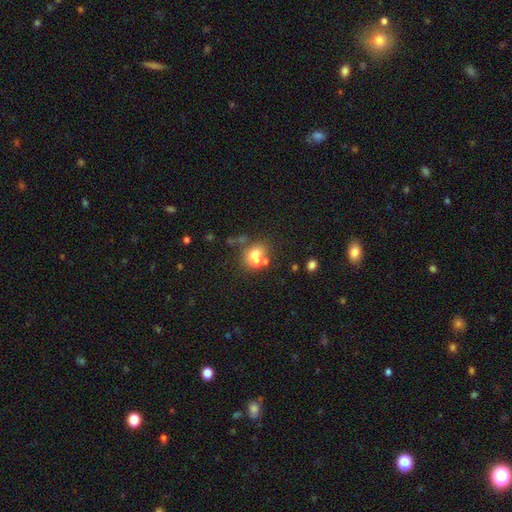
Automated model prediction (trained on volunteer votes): smooth_or_featured: smooth (p=0.58) [alt: featured or disk p=0.28]
how_rounded: round (p=0.60) [alt: in between p=0.38]
merging: merger (p=0.48) [alt: none p=0.35]